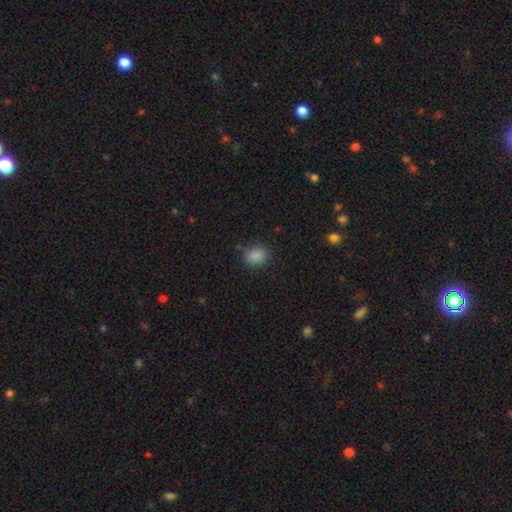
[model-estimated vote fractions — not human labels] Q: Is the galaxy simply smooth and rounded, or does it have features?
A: smooth — 86%.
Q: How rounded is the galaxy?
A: in between — 58%.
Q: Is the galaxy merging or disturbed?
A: none — 79%.